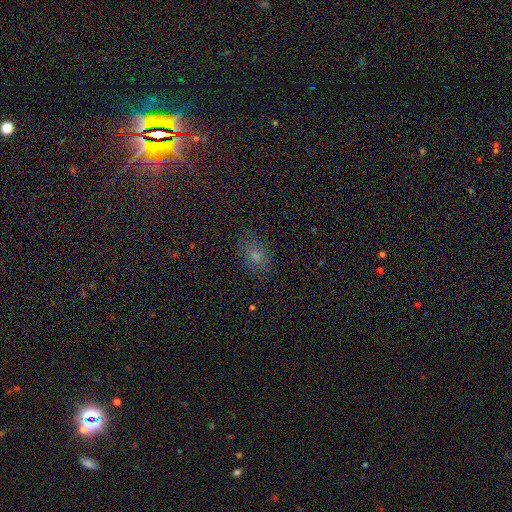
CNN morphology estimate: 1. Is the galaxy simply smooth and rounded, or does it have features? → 71% smooth, 16% star or artifact, 12% featured or disk.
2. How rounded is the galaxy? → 74% in between, 24% round, 2% cigar-shaped.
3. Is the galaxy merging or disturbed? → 80% none, 15% minor disturbance, 4% major disturbance, 1% merger.